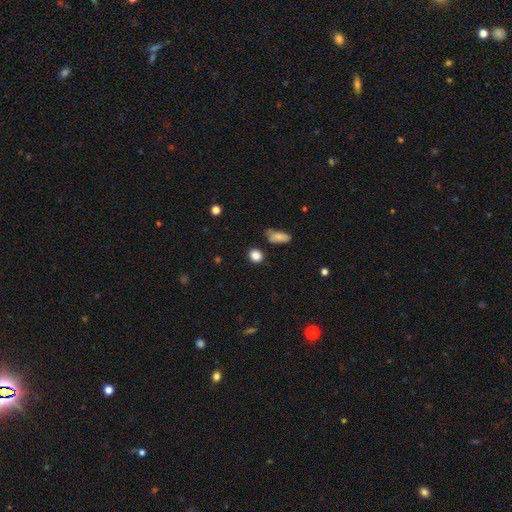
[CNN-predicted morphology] A smooth galaxy with no disk features (86%) that is round (68%).

Vote fractions:
- Smooth or featured? smooth: 86% / star or artifact: 10% / featured or disk: 4%
- How rounded? round: 68% / in between: 30% / cigar-shaped: 2%
- Merging? none: 80% / minor disturbance: 13% / merger: 4% / major disturbance: 3%